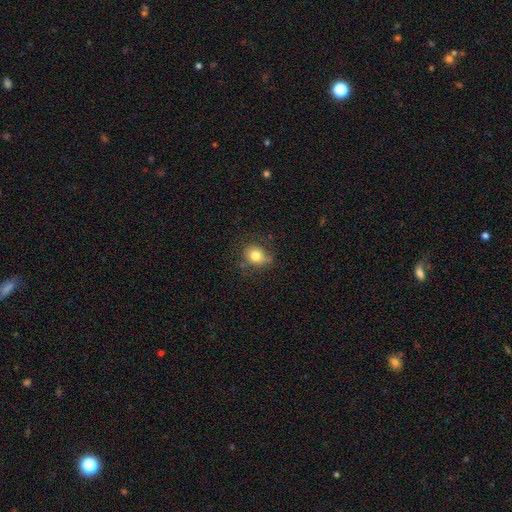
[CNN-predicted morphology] smooth 78%, star or artifact 12%, featured or disk 11%. Down the decision tree: how rounded — round (64%); merging — none (65%).